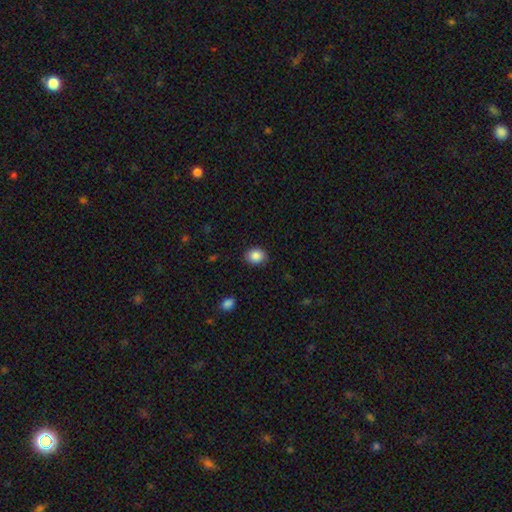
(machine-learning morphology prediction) This is clearly a smooth galaxy (88%). How rounded: likely round (65%). Merging: clearly none (88%).